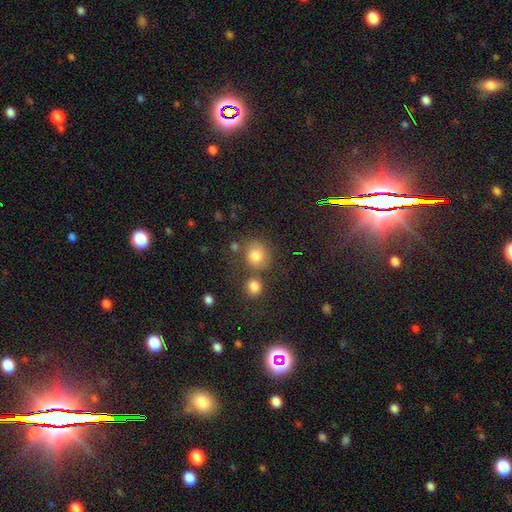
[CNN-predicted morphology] smooth_or_featured: smooth (p=0.78) [alt: star or artifact p=0.14]
how_rounded: round (p=0.85) [alt: in between p=0.14]
merging: none (p=0.65) [alt: merger p=0.18]